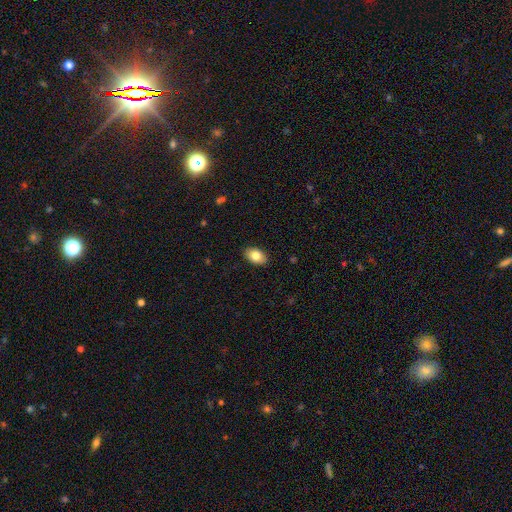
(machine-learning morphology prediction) Q: Smooth or featured?
A: smooth (82%); runner-up: featured or disk (10%)
Q: How rounded?
A: in between (89%); runner-up: round (10%)
Q: Merging?
A: none (89%); runner-up: minor disturbance (8%)